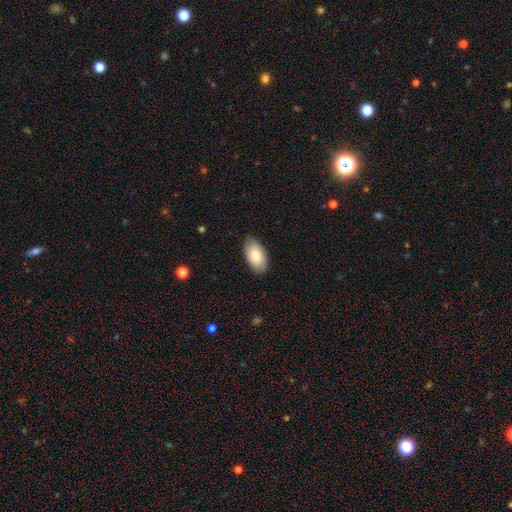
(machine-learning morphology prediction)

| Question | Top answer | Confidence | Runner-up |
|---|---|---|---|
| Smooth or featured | smooth | 80% | featured or disk (14%) |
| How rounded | in between | 95% | round (3%) |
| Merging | none | 86% | minor disturbance (11%) |